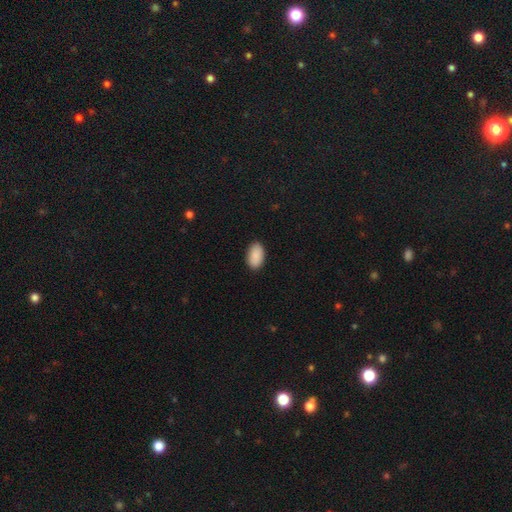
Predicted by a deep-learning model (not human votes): smooth 91%, star or artifact 6%, featured or disk 3%. Down the decision tree: how rounded — in between (95%); merging — none (89%).